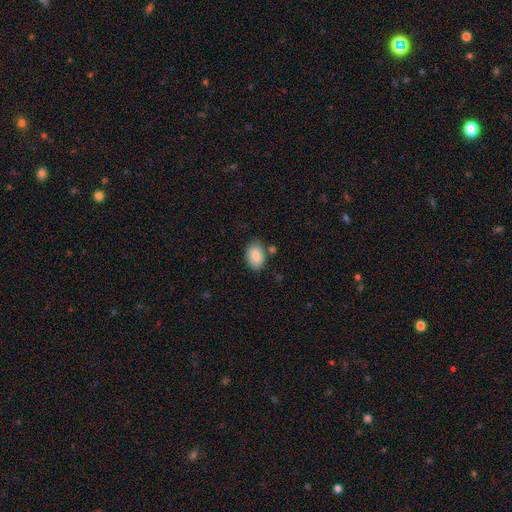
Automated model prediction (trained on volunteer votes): Smooth or featured? Predicted: smooth (p=0.86). How rounded? Predicted: in between (p=0.85). Merging? Predicted: none (p=0.74).